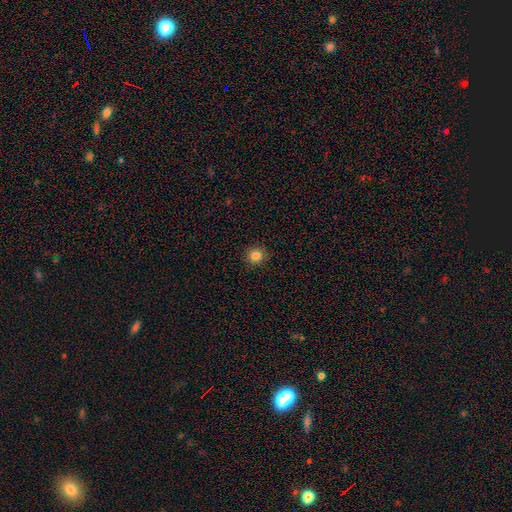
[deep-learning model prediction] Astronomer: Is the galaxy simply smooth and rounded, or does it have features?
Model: smooth — 84%.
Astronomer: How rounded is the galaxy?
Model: round — 92%.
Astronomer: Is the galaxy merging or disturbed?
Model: none — 91%.